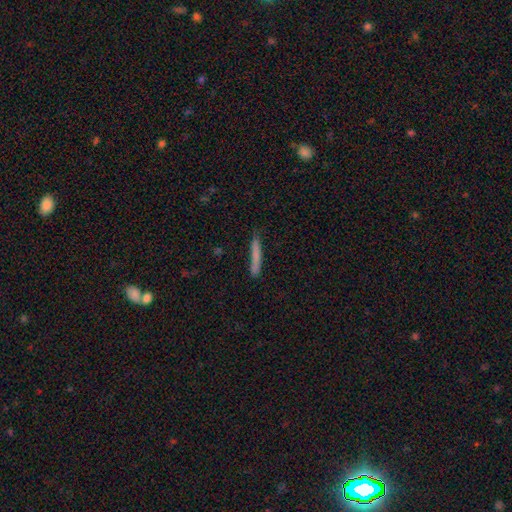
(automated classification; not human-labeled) smooth 74%, featured or disk 19%, star or artifact 7%. Down the decision tree: how rounded — cigar-shaped (95%); merging — none (79%).